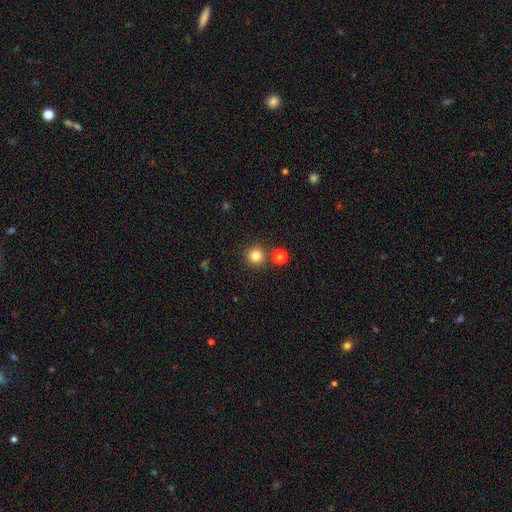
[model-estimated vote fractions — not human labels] A smooth galaxy with no disk features (82%) that is round (94%). Merging: none (83%).